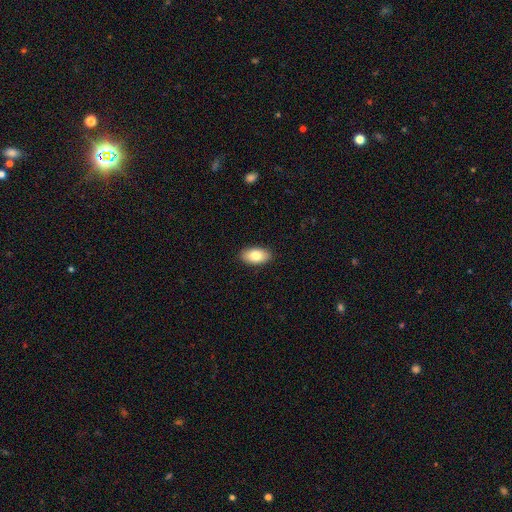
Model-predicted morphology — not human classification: smooth_or_featured: smooth (p=0.80) [alt: featured or disk p=0.13]
how_rounded: in between (p=0.94) [alt: round p=0.04]
merging: none (p=0.90) [alt: minor disturbance p=0.08]